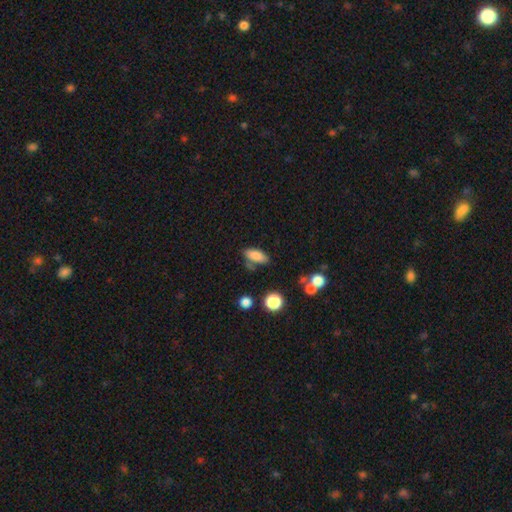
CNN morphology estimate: This appears to be a smooth galaxy with no disk features (82%) that is in between round and cigar-shaped (80%). Merging: none (68%).